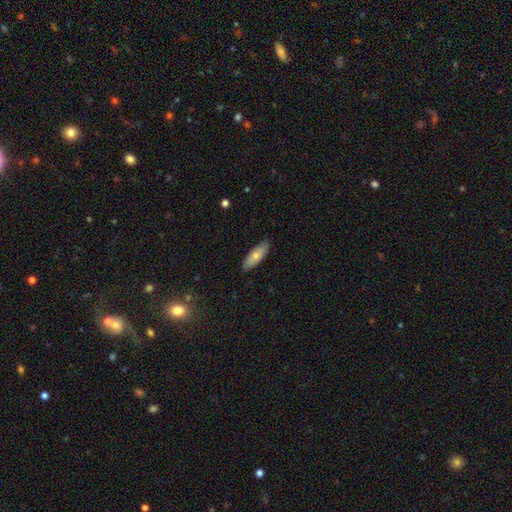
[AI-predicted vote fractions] Morphology: type=smooth (71%); roundness=in between (64%); merging=none (87%).